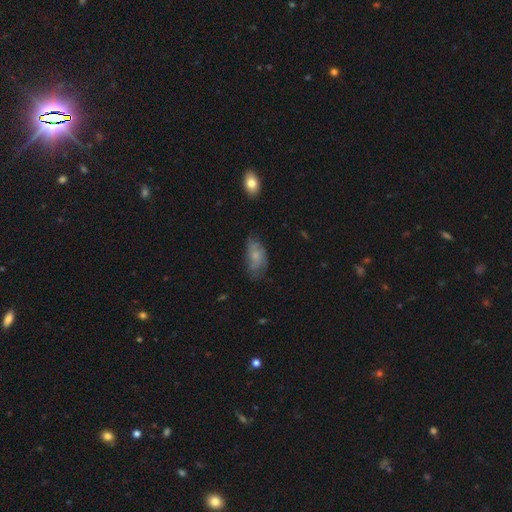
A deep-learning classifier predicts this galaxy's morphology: This appears to be a smooth galaxy with no disk features (58%) that is in between round and cigar-shaped (91%). Merging: none (58%).